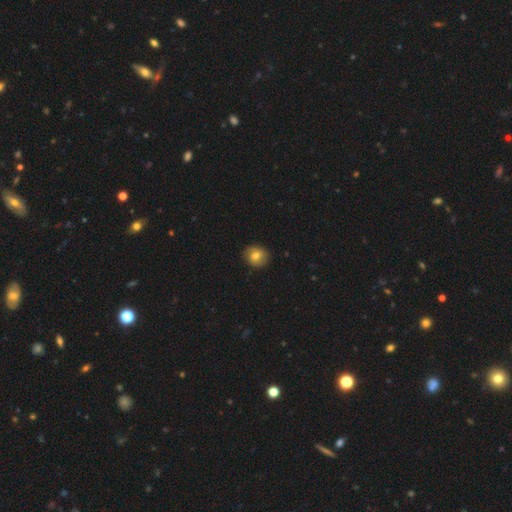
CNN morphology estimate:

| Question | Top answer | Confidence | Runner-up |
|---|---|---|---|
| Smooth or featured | smooth | 71% | featured or disk (20%) |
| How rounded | round | 76% | in between (23%) |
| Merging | none | 86% | minor disturbance (11%) |